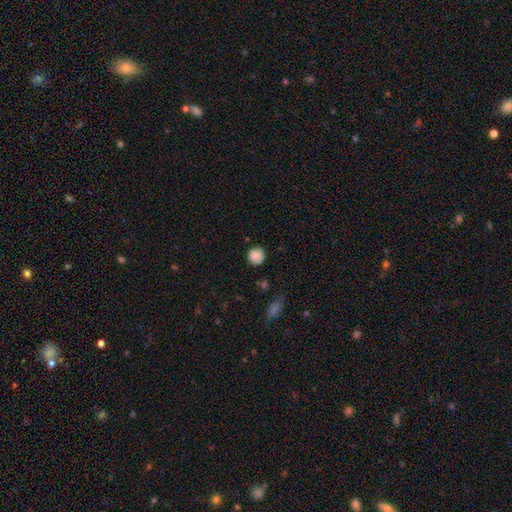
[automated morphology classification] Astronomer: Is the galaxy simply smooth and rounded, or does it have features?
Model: smooth — 86%.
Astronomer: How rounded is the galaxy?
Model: round — 90%.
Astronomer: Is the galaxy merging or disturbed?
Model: none — 80%.